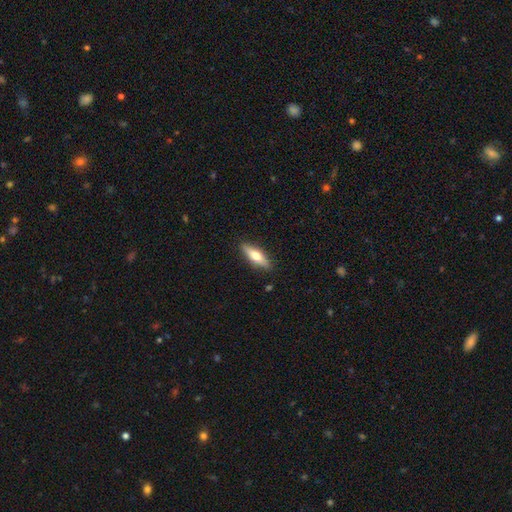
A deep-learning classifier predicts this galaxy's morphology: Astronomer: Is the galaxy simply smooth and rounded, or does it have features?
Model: smooth — 62%.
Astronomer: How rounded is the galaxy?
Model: cigar-shaped — 56% (runner-up: in between, 42%).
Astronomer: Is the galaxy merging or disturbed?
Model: none — 88%.